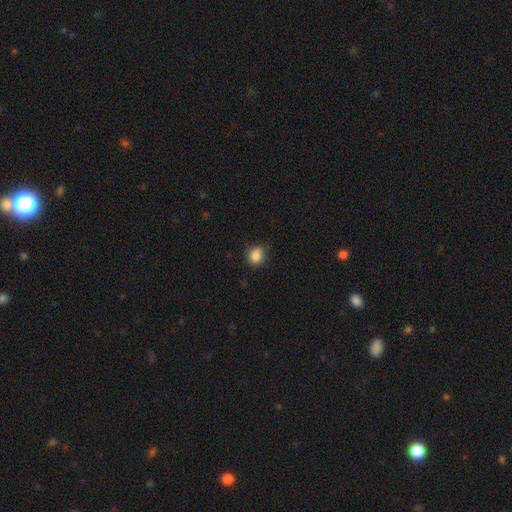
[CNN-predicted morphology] Smooth or featured: smooth — 85% (star or artifact — 10%)
How rounded: round — 68% (in between — 31%)
Merging: none — 78% (minor disturbance — 17%)